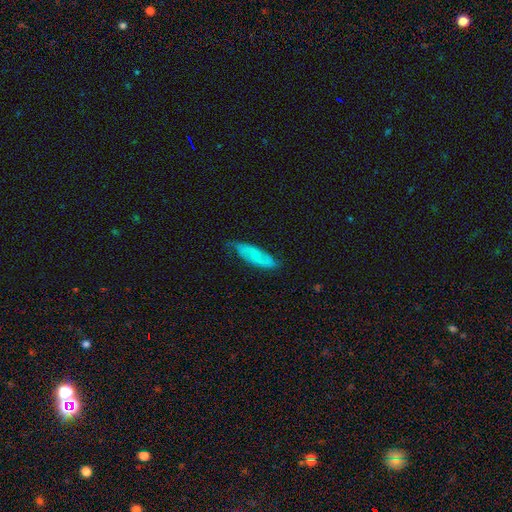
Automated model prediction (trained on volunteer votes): A featured or disk galaxy (54%).

Vote fractions:
- Smooth or featured? featured or disk: 54% / smooth: 40% / star or artifact: 6%
- Edge-on disk? no: 83% / yes: 17%
- Merging? none: 70% / minor disturbance: 24% / major disturbance: 5% / merger: 1%